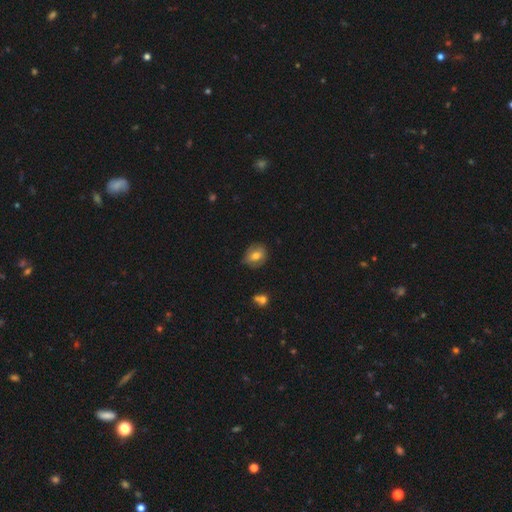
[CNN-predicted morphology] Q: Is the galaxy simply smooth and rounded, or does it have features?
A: smooth — 66%.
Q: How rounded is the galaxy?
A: round — 51%.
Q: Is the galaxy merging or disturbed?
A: none — 76%.